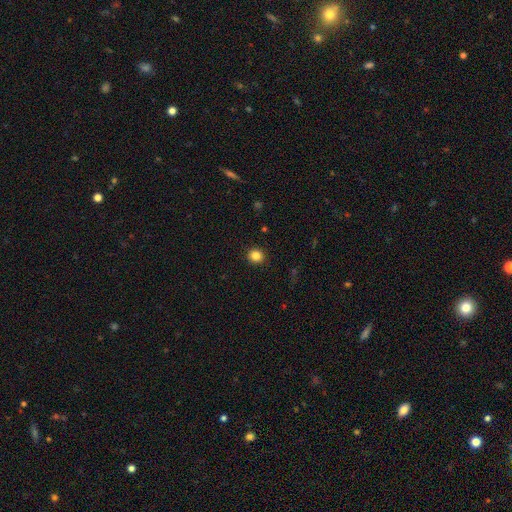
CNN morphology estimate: type=smooth (84%); roundness=round (88%); merging=none (92%).